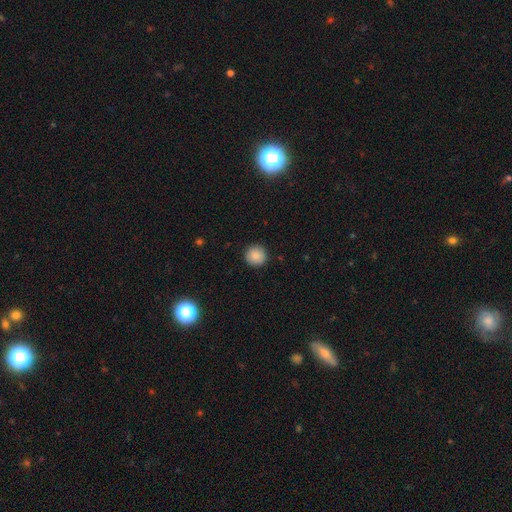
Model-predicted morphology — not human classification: A smooth galaxy with no disk features (87%) that is round (95%).

Vote fractions:
- Smooth or featured? smooth: 87% / star or artifact: 9% / featured or disk: 4%
- How rounded? round: 95% / in between: 4% / cigar-shaped: 1%
- Merging? none: 92% / minor disturbance: 5% / major disturbance: 2% / merger: 1%